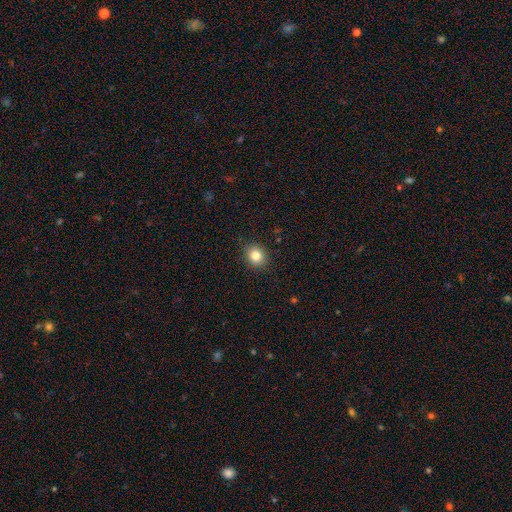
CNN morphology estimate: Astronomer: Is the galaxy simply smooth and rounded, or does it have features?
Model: smooth — 83%.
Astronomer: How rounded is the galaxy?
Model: round — 64%.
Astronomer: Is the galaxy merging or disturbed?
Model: none — 90%.